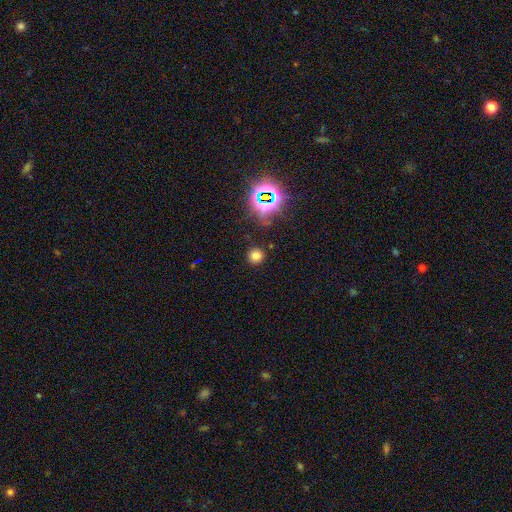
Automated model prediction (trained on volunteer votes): Smooth or featured? smooth (70%)
How rounded? round (89%)
Merging? none (86%)